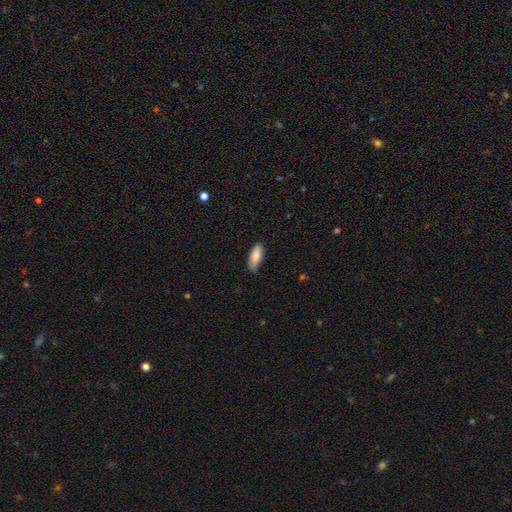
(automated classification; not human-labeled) The model was most divided on "how rounded": in between: 76%, cigar-shaped: 23%, round: 2%. More confident: smooth or featured — smooth (87%); merging — none (80%).